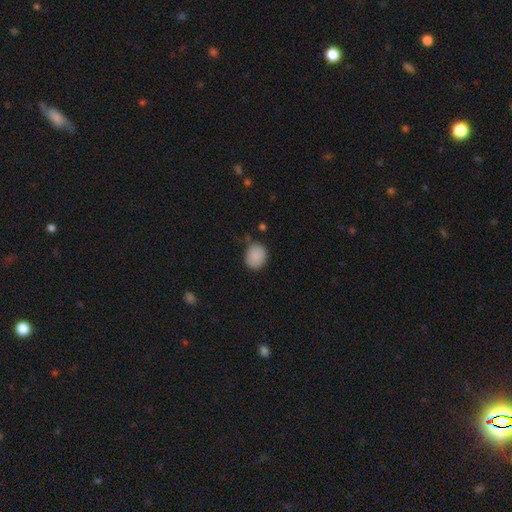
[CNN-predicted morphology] type=smooth (88%); roundness=round (65%); merging=none (75%).